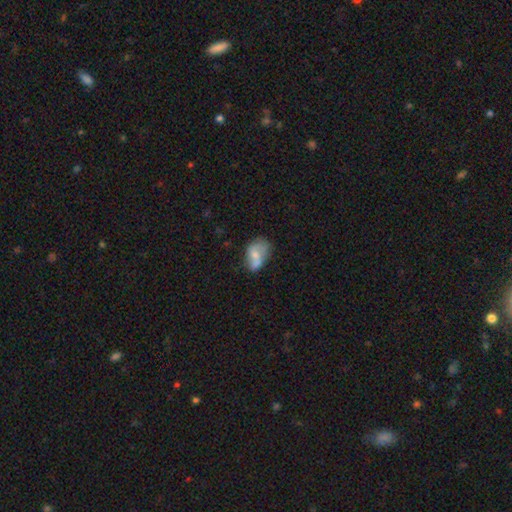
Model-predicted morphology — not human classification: smooth_or_featured: smooth (p=0.54) [alt: featured or disk p=0.38]
how_rounded: in between (p=0.85) [alt: round p=0.14]
merging: none (p=0.38) [alt: minor disturbance p=0.31]